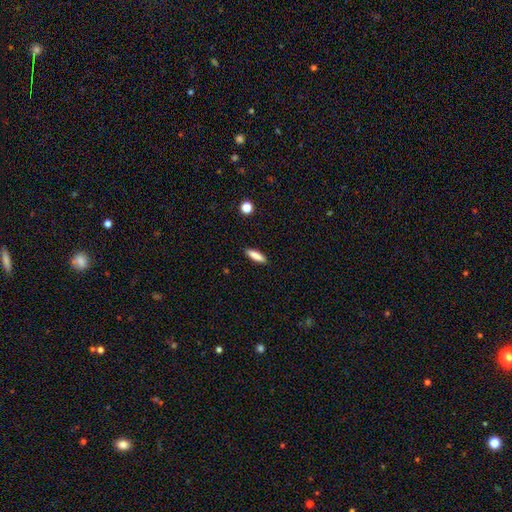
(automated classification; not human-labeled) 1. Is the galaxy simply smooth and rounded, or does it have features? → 85% smooth, 8% featured or disk, 7% star or artifact.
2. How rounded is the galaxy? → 65% cigar-shaped, 33% in between, 2% round.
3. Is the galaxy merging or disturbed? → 90% none, 7% minor disturbance, 2% major disturbance, 1% merger.